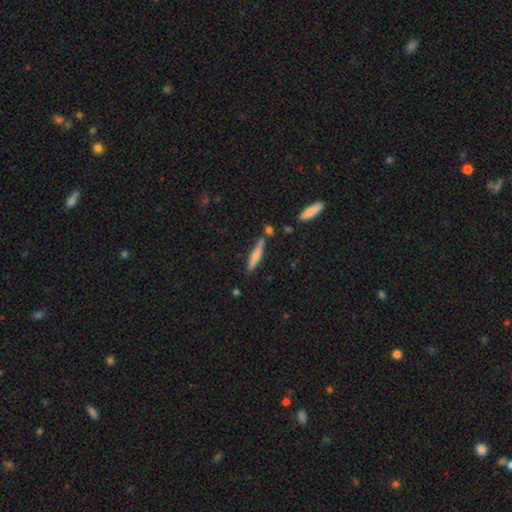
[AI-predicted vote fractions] Morphology: type=smooth (62%); roundness=cigar-shaped (91%); merging=none (81%).